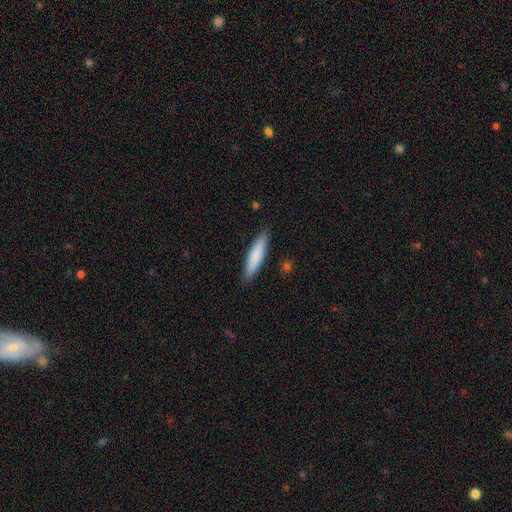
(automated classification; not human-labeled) Overall: smooth (81%). How rounded: cigar-shaped (85%). Merging: none (88%).